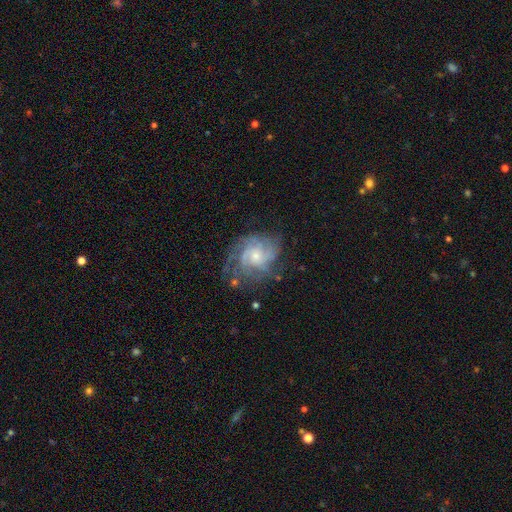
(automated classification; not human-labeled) A featured or disk galaxy (81%) with no bar (75%), tight (53%) spiral arms (93%) and a small central bulge (59%). Merging: none (64%).